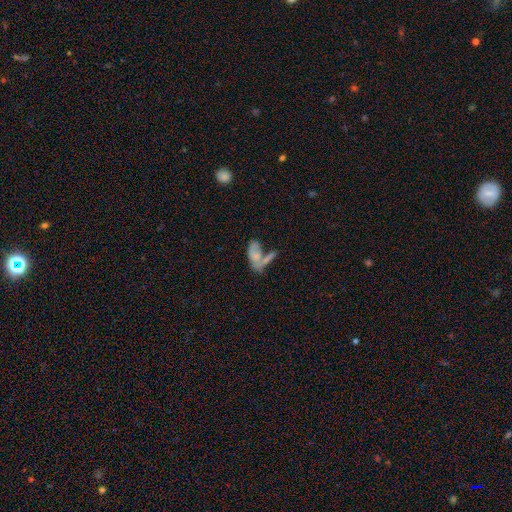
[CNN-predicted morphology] smooth 62%, featured or disk 28%, star or artifact 9%. Down the decision tree: how rounded — in between (86%); merging — merger (47%).